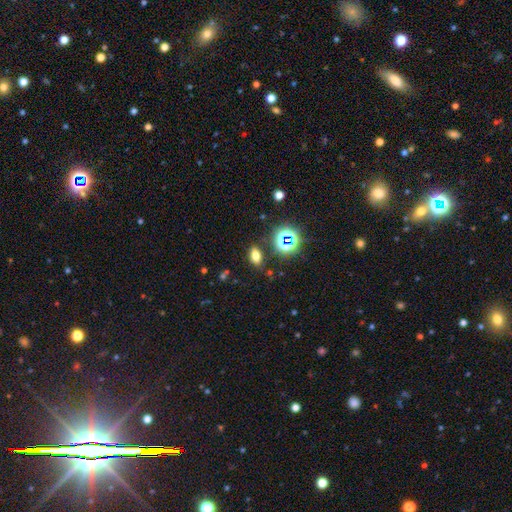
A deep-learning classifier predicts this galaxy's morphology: Overall: smooth (64%; star or artifact 26%). How rounded: in between (81%). Merging: none (83%).